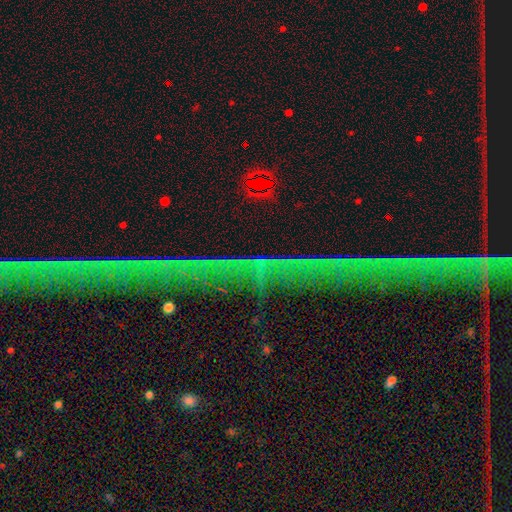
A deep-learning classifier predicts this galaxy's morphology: Smooth or featured?
  - star or artifact: 79% *
  - featured or disk: 12%
  - smooth: 9%